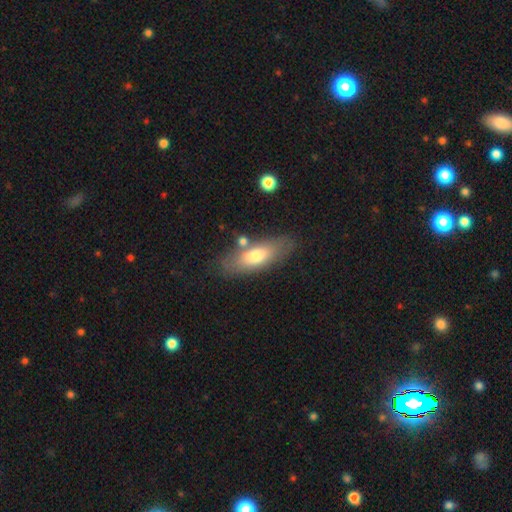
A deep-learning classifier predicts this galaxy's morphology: Smooth or featured? smooth (67%)
How rounded? in between (70%)
Merging? none (74%)